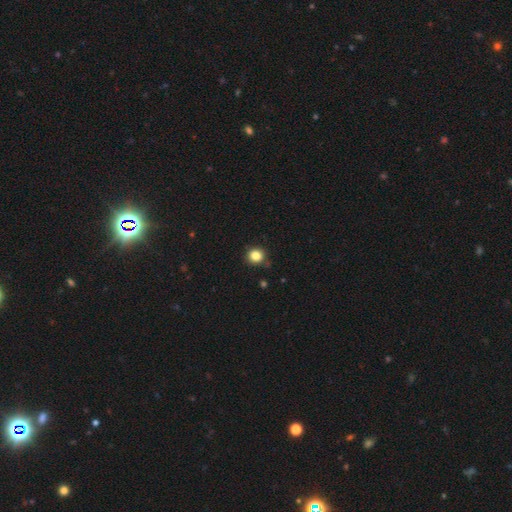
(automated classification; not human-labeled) This appears to be a smooth galaxy with no disk features (83%) that is round (91%). Merging: none (88%).